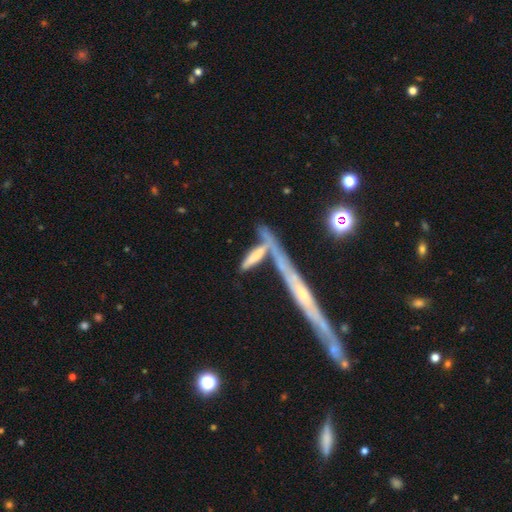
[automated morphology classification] Smooth or featured?
  - smooth: 52% *
  - featured or disk: 39%
  - star or artifact: 9%
How rounded?
  - cigar-shaped: 77% *
  - in between: 20%
  - round: 3%
Merging?
  - merger: 43% *
  - none: 36%
  - minor disturbance: 13%
  - major disturbance: 8%